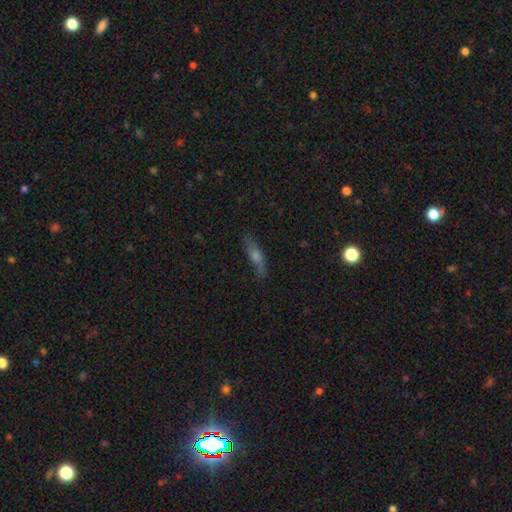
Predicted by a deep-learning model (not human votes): A featured or disk galaxy (50%) viewed edge-on (85%).

Vote fractions:
- Smooth or featured? featured or disk: 50% / smooth: 40% / star or artifact: 10%
- Edge-on disk? yes: 85% / no: 15%
- Merging? none: 83% / minor disturbance: 13% / major disturbance: 3% / merger: 1%